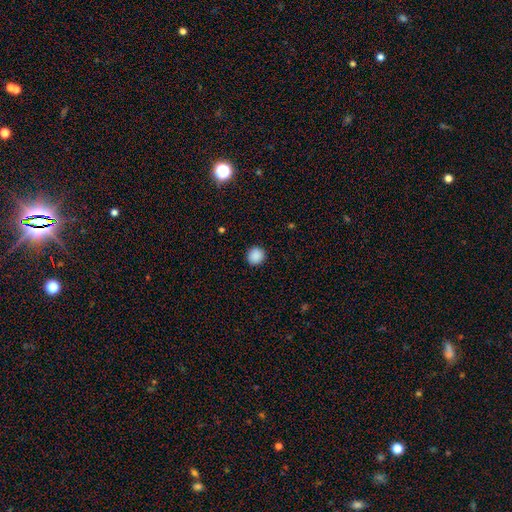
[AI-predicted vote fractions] Smooth or featured? Predicted: smooth (p=0.89). How rounded? Predicted: round (p=0.90). Merging? Predicted: none (p=0.92).